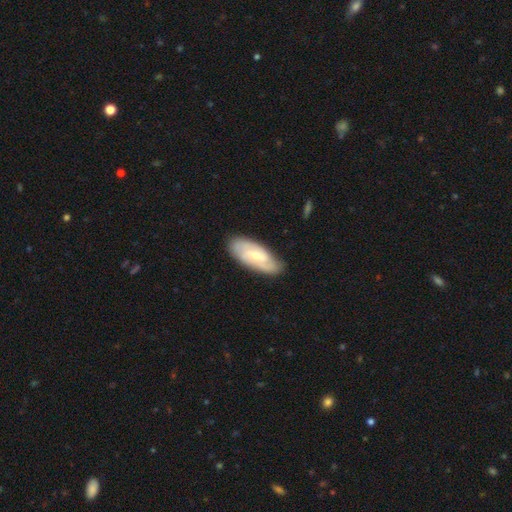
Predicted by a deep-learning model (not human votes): Morphology: type=featured or disk (69%); edge-on=no (91%); bar=weak (52%); spiral arms=yes (88%); winding=tight (45%); arm count=2 (59%); bulge=moderate (48%); merging=none (82%).